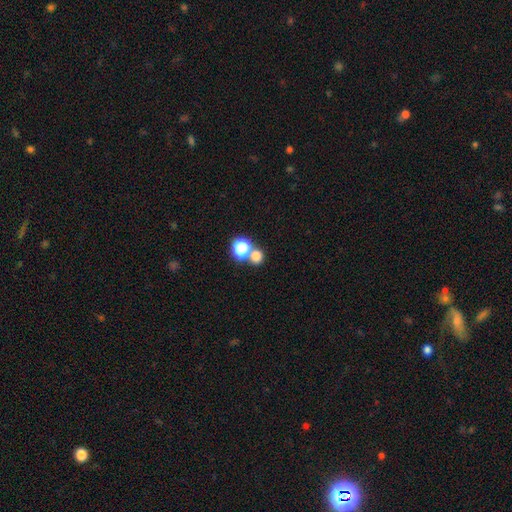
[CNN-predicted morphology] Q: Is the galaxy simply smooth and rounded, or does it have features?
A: smooth — 73%.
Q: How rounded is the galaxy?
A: round — 79%.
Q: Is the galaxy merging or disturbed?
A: none — 55%.